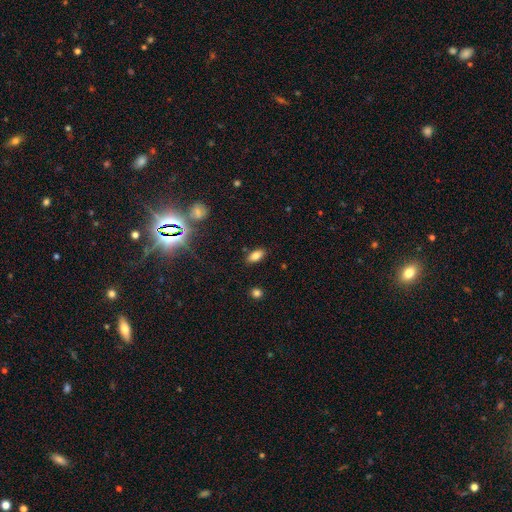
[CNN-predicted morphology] A smooth galaxy with no disk features (81%) that is in between round and cigar-shaped (87%). Merging: none (86%).